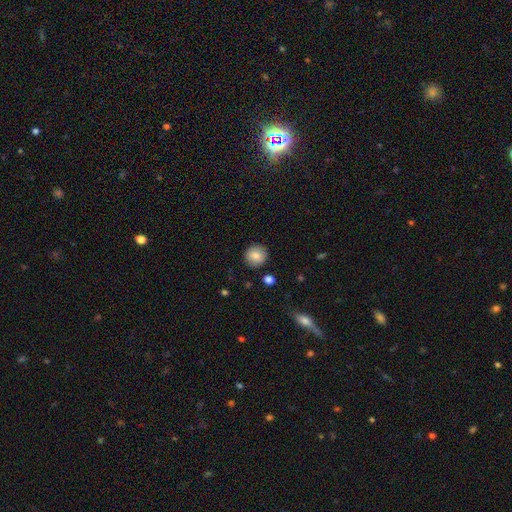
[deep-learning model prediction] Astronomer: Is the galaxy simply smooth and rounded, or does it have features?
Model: smooth — 84%.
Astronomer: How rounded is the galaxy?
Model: round — 90%.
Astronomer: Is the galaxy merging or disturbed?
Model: none — 89%.